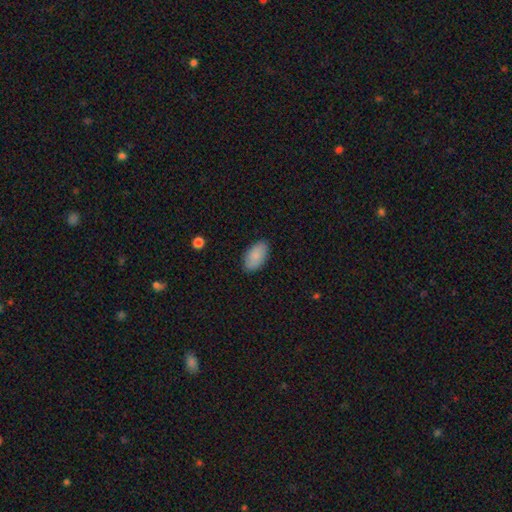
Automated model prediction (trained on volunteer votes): smooth-or-featured: smooth: 87% | featured or disk: 7% | star or artifact: 6%
  how-rounded: in between: 95% | round: 3% | cigar-shaped: 2%
  merging: none: 88% | minor disturbance: 9% | major disturbance: 2% | merger: 1%